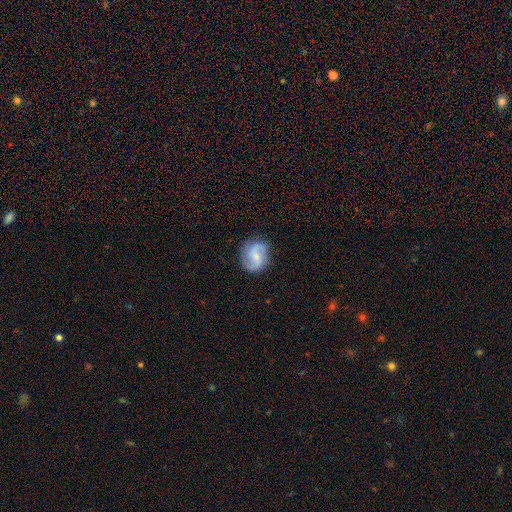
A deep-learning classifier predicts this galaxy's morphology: Smooth or featured?
  - featured or disk: 76% *
  - smooth: 18%
  - star or artifact: 6%
Edge-on disk?
  - no: 98% *
  - yes: 2%
Bar?
  - weak: 46% *
  - no: 42%
  - strong: 12%
Spiral arms?
  - yes: 95% *
  - no: 5%
Spiral winding?
  - medium: 46% *
  - loose: 39%
  - tight: 15%
Spiral arm count?
  - 2: 89% *
  - can't tell: 4%
  - 3: 3%
  - 1: 2%
  - 4: 1%
  - more than 4: 1%
Bulge size?
  - small: 61% *
  - moderate: 27%
  - none: 10%
  - large: 2%
  - dominant: 1%
Merging?
  - none: 80% *
  - minor disturbance: 14%
  - major disturbance: 4%
  - merger: 1%